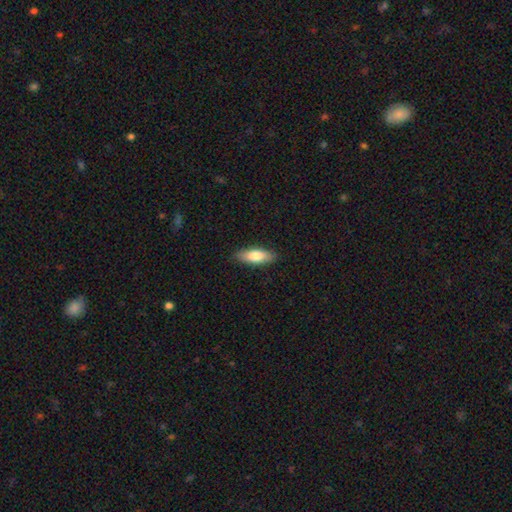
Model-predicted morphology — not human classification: This is likely a smooth galaxy (79%). How rounded: likely in between (71%). Merging: clearly none (87%).